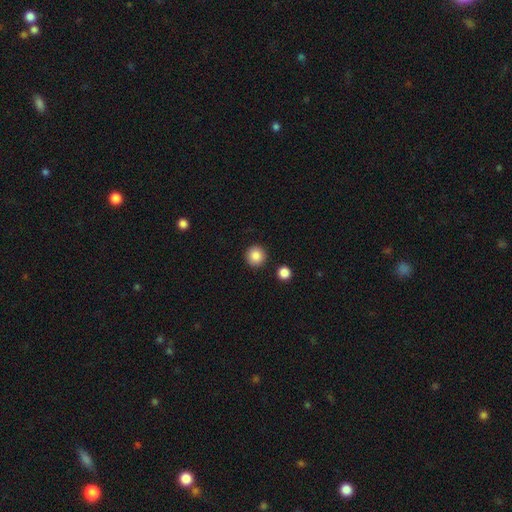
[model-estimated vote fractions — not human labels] The model was most divided on "smooth or featured": smooth: 87%, star or artifact: 9%, featured or disk: 4%. More confident: how rounded — round (95%); merging — none (90%).